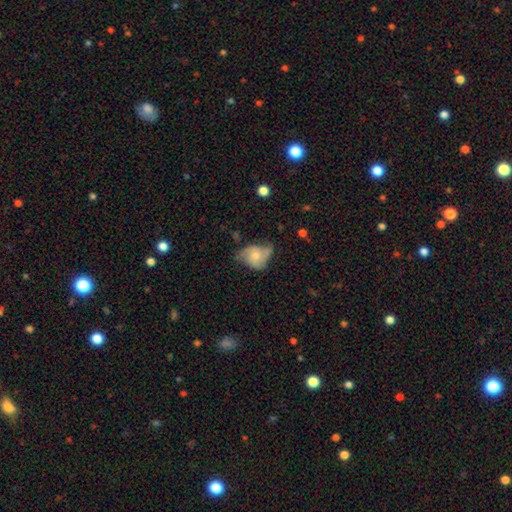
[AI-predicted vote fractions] Smooth or featured?
  - featured or disk: 49% *
  - smooth: 43%
  - star or artifact: 7%
Merging?
  - minor disturbance: 39% *
  - none: 38%
  - major disturbance: 21%
  - merger: 3%